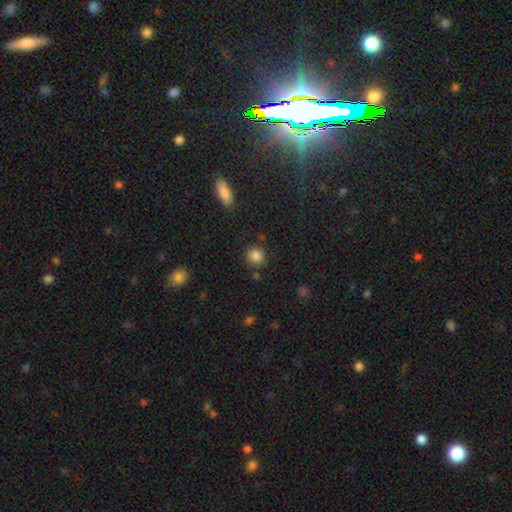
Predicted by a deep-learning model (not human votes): This is clearly a smooth galaxy (84%). How rounded: clearly round (88%). Merging: clearly none (83%).